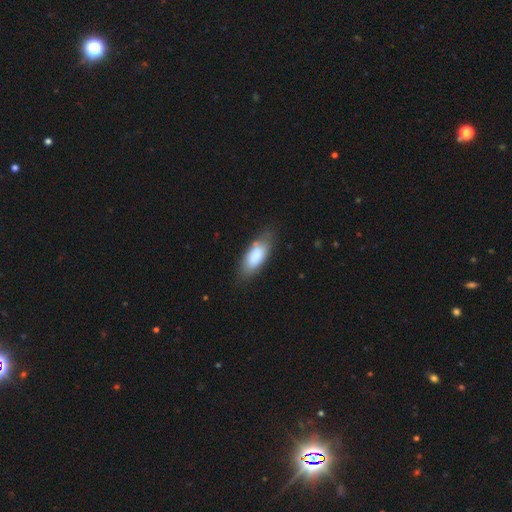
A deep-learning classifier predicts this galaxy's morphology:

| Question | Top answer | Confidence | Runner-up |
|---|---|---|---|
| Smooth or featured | smooth | 83% | featured or disk (11%) |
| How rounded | in between | 81% | cigar-shaped (17%) |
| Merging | none | 74% | minor disturbance (19%) |